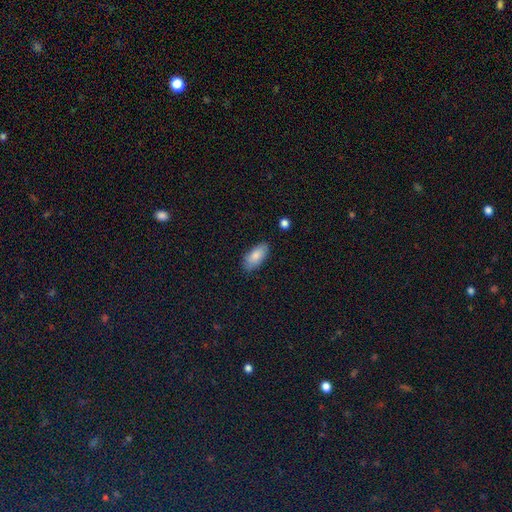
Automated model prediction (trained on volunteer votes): Q: Smooth or featured?
A: smooth (83%); runner-up: featured or disk (10%)
Q: How rounded?
A: in between (90%); runner-up: cigar-shaped (7%)
Q: Merging?
A: none (81%); runner-up: minor disturbance (14%)